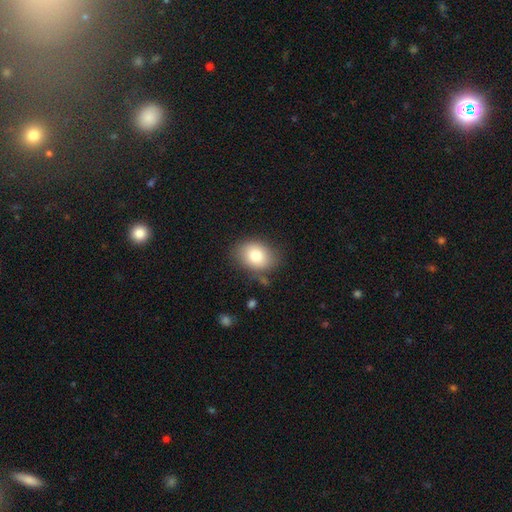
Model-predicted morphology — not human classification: Smooth or featured? smooth (82%)
How rounded? in between (74%)
Merging? none (78%)